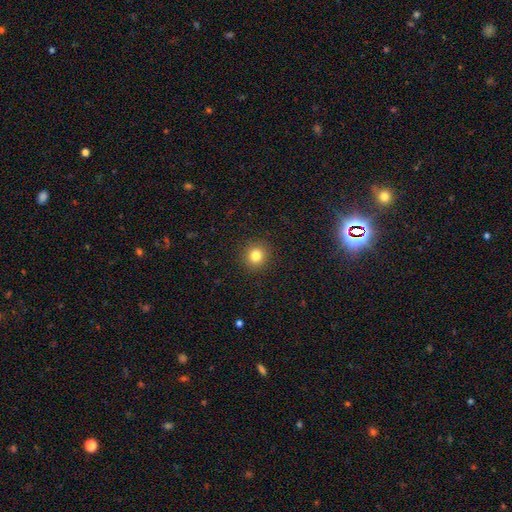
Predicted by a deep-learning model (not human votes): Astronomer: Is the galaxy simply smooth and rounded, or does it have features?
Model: smooth — 82%.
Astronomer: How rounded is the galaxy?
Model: round — 89%.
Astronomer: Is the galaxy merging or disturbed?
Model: none — 91%.